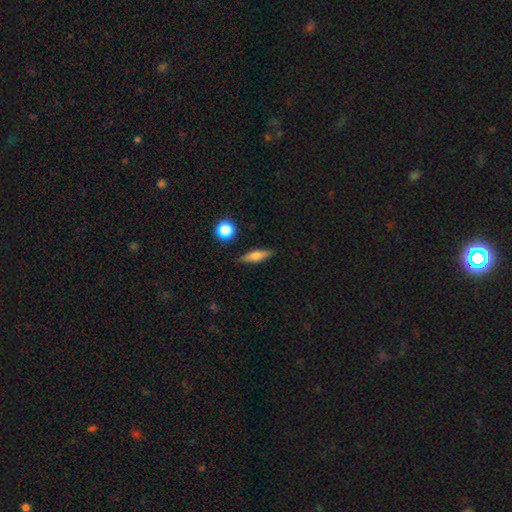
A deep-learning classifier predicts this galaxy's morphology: Smooth or featured?
  - smooth: 64% *
  - featured or disk: 28%
  - star or artifact: 8%
How rounded?
  - cigar-shaped: 59% *
  - in between: 36%
  - round: 6%
Merging?
  - none: 85% *
  - minor disturbance: 11%
  - major disturbance: 3%
  - merger: 2%